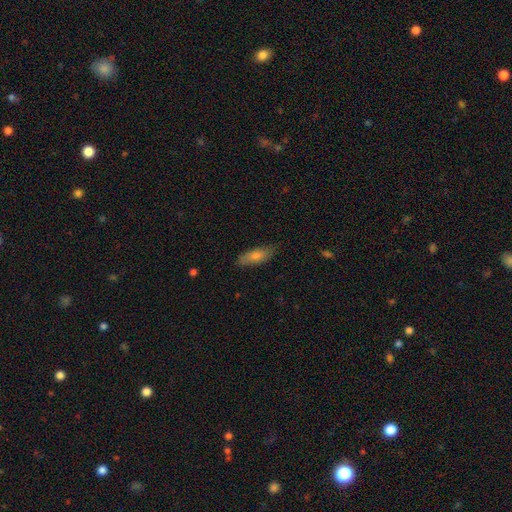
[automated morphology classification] A smooth galaxy with no disk features (67%) that is in between round and cigar-shaped (57%).

Vote fractions:
- Smooth or featured? smooth: 67% / featured or disk: 25% / star or artifact: 8%
- How rounded? in between: 57% / cigar-shaped: 40% / round: 3%
- Merging? none: 82% / minor disturbance: 14% / major disturbance: 2% / merger: 1%